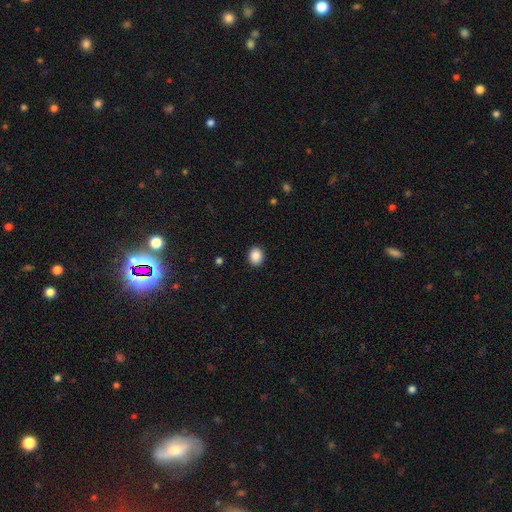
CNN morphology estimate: The model was most divided on "how rounded": round: 62%, in between: 37%, cigar-shaped: 1%. More confident: merging — none (91%); smooth or featured — smooth (88%).